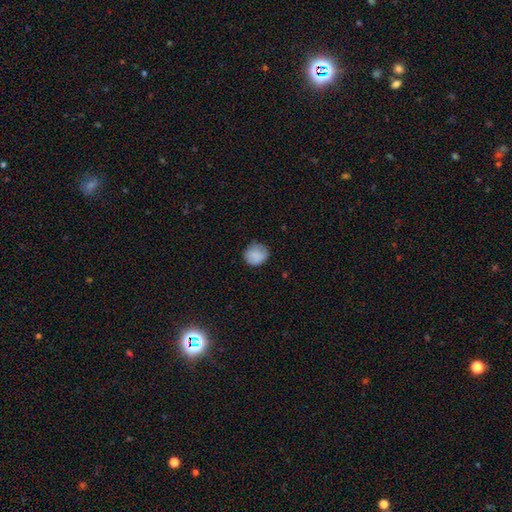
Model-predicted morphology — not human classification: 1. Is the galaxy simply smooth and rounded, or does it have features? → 86% smooth, 8% star or artifact, 6% featured or disk.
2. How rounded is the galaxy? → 80% round, 19% in between, 1% cigar-shaped.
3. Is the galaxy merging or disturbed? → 75% none, 20% minor disturbance, 4% major disturbance, 1% merger.